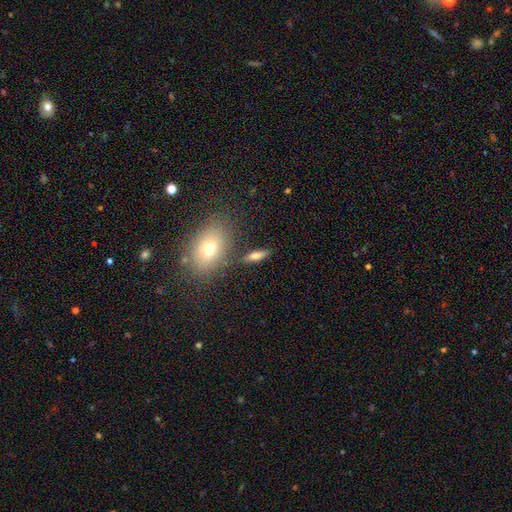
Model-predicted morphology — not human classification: Overall: smooth (65%). How rounded: cigar-shaped (50%; in between 43%). Merging: none (80%).